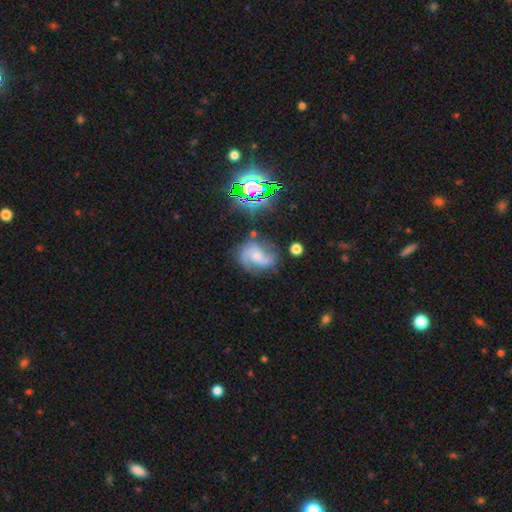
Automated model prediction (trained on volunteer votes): featured or disk 69%, smooth 16%, star or artifact 15%. Down the decision tree: edge-on disk — no (97%); bar — no (56%); spiral arms — yes (93%); spiral arm count — 2 (64%); spiral winding — medium (46%); bulge size — small (44%); merging — none (61%).